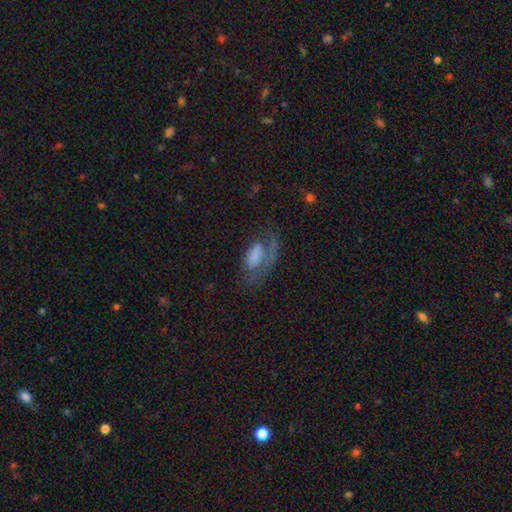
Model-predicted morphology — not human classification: The model was most divided on "smooth or featured": smooth: 46%, featured or disk: 44%, star or artifact: 10%. Remaining: merging — major disturbance (39%).